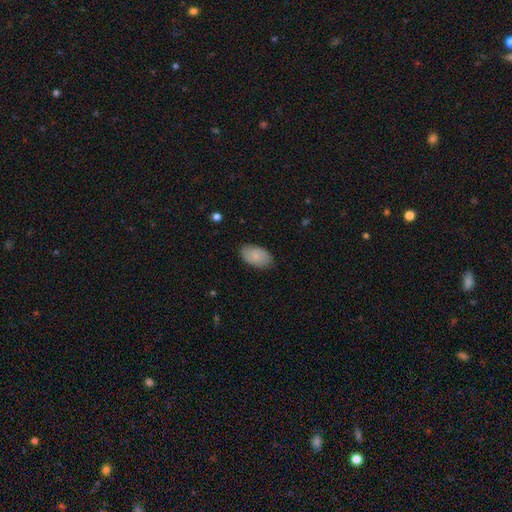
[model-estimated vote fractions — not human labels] Morphology: type=smooth (77%); roundness=in between (94%); merging=none (83%).